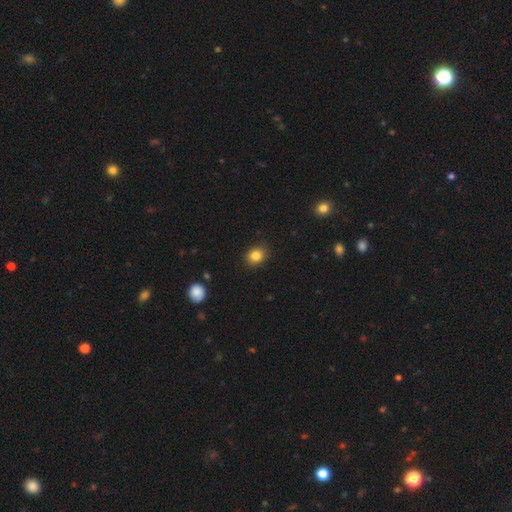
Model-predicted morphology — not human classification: This is clearly a smooth galaxy (84%). How rounded: likely round (61%). Merging: clearly none (89%).